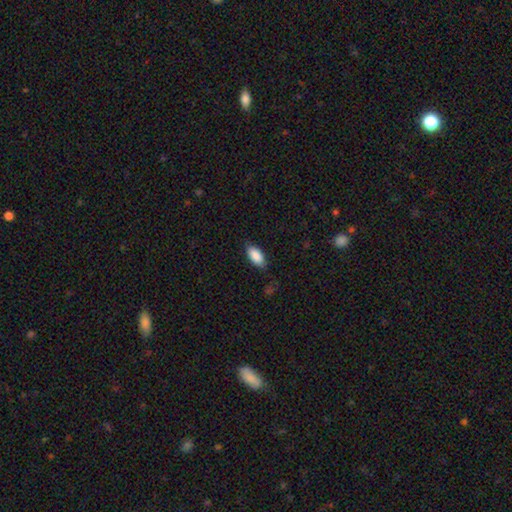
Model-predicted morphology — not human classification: This is clearly a smooth galaxy (88%). How rounded: clearly in between (91%). Merging: likely none (78%).